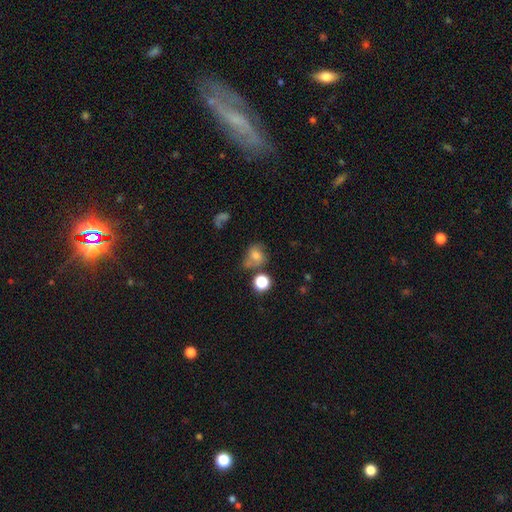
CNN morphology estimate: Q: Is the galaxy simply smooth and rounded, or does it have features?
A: smooth — 59%.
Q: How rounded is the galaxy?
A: round — 61%.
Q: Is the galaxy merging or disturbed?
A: none — 50%.